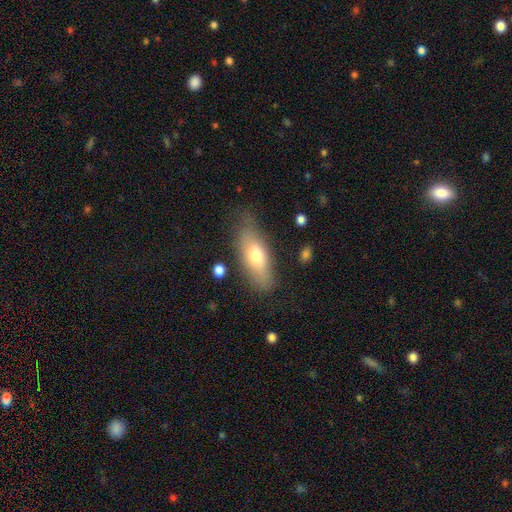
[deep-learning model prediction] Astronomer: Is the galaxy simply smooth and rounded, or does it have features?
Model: smooth — 69%.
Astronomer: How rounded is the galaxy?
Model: in between — 73%.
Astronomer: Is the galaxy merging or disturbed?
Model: none — 69%.